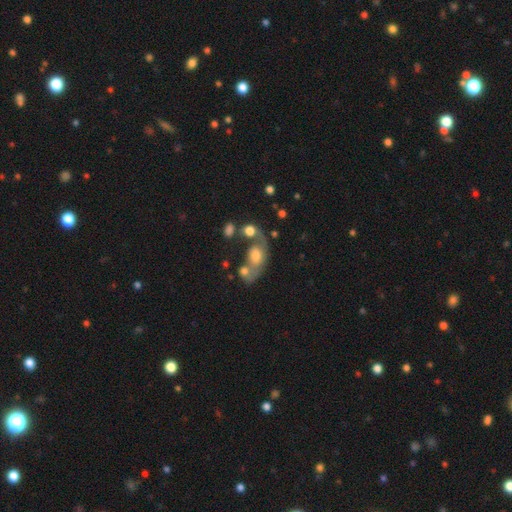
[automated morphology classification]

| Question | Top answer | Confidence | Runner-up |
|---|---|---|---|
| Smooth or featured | smooth | 46% | featured or disk (43%) |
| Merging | merger | 39% | none (27%) |